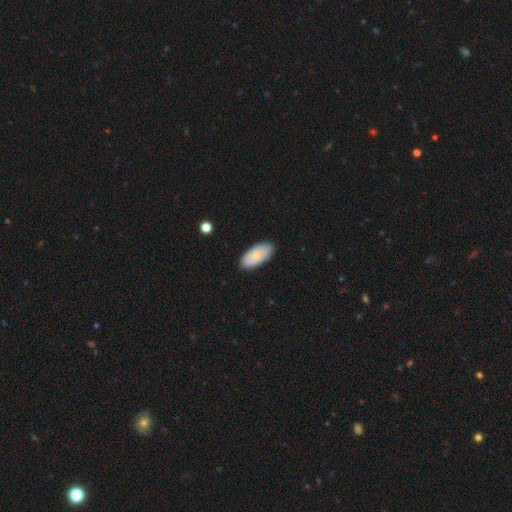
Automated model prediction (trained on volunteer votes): Q: Smooth or featured?
A: smooth (81%); runner-up: featured or disk (13%)
Q: How rounded?
A: in between (92%); runner-up: cigar-shaped (6%)
Q: Merging?
A: none (86%); runner-up: minor disturbance (11%)